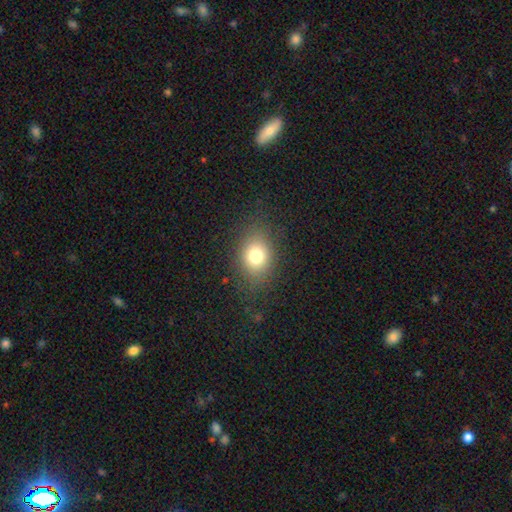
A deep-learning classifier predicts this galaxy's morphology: The model was most divided on "how rounded": in between: 52%, round: 47%, cigar-shaped: 1%. More confident: merging — none (82%); smooth or featured — smooth (75%).